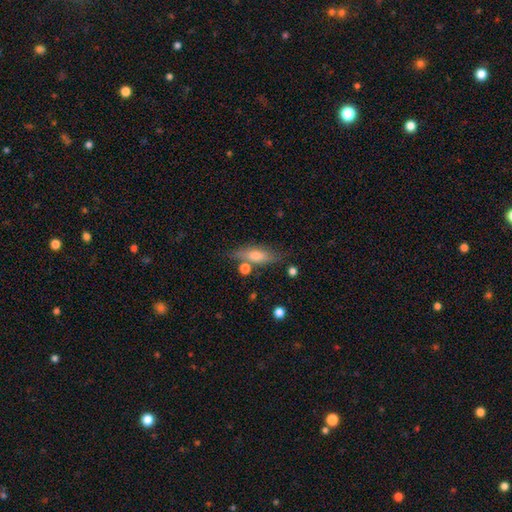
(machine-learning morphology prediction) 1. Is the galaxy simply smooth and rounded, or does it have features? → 47% smooth, 43% featured or disk, 10% star or artifact.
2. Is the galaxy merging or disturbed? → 74% none, 15% minor disturbance, 8% merger, 4% major disturbance.